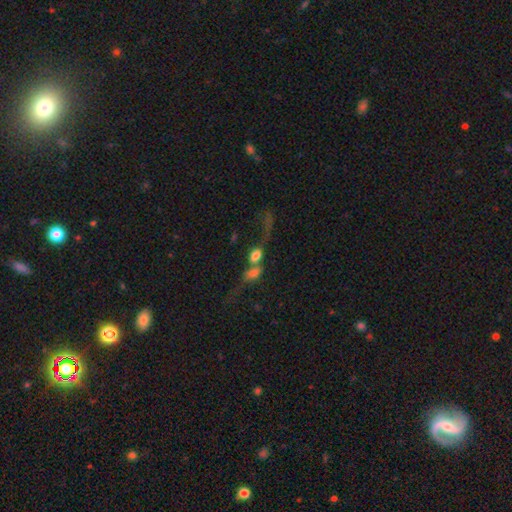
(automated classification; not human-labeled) Q: Smooth or featured?
A: smooth (61%); runner-up: featured or disk (27%)
Q: How rounded?
A: in between (66%); runner-up: round (28%)
Q: Merging?
A: merger (72%); runner-up: none (11%)